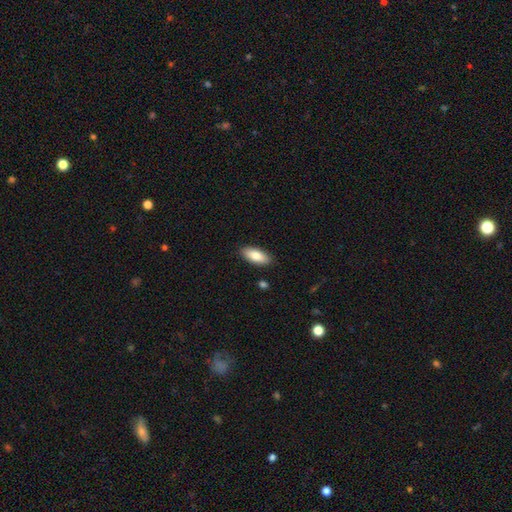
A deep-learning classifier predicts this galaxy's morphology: The model was most divided on "how rounded": in between: 84%, cigar-shaped: 14%, round: 2%. More confident: merging — none (89%); smooth or featured — smooth (83%).